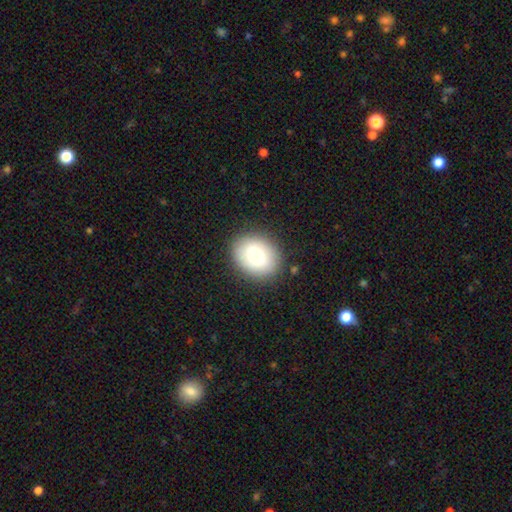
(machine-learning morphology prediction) smooth 75%, featured or disk 16%, star or artifact 9%. Down the decision tree: how rounded — round (51%); merging — none (87%).